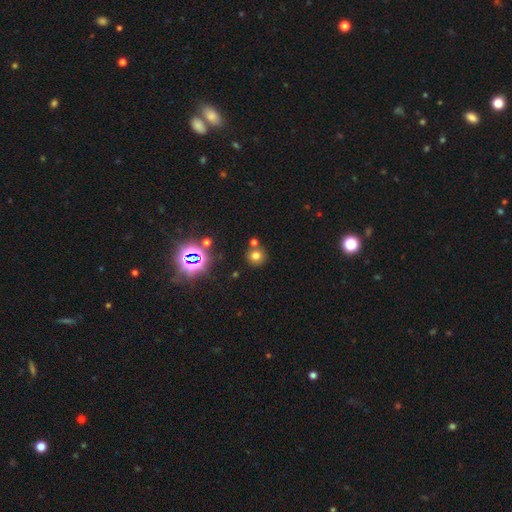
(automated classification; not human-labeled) This is likely a smooth galaxy (68%). How rounded: clearly round (91%). Merging: likely none (71%).